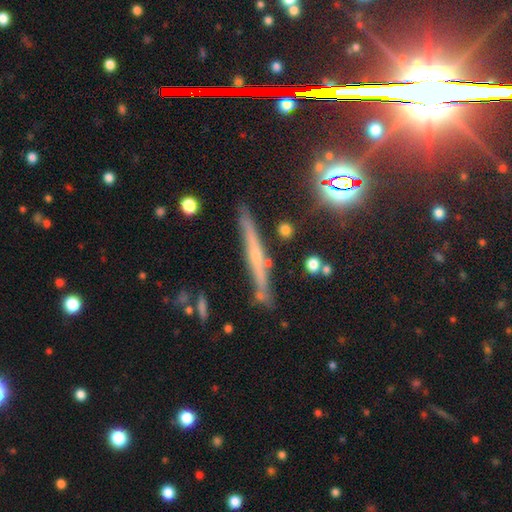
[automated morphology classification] Q: Smooth or featured?
A: featured or disk (59%); runner-up: smooth (24%)
Q: Edge-on disk?
A: yes (95%); runner-up: no (5%)
Q: Edge-on bulge?
A: none (47%); runner-up: rounded (44%)
Q: Merging?
A: none (84%); runner-up: minor disturbance (11%)